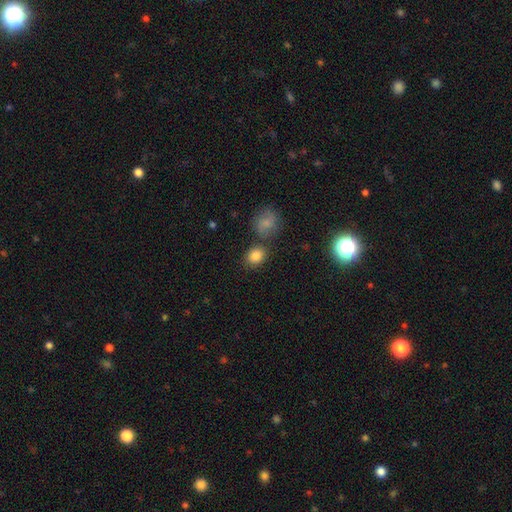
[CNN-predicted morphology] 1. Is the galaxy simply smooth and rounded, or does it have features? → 84% smooth, 10% star or artifact, 6% featured or disk.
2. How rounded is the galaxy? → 52% round, 47% in between, 1% cigar-shaped.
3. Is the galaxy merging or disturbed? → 72% none, 12% merger, 12% minor disturbance, 4% major disturbance.